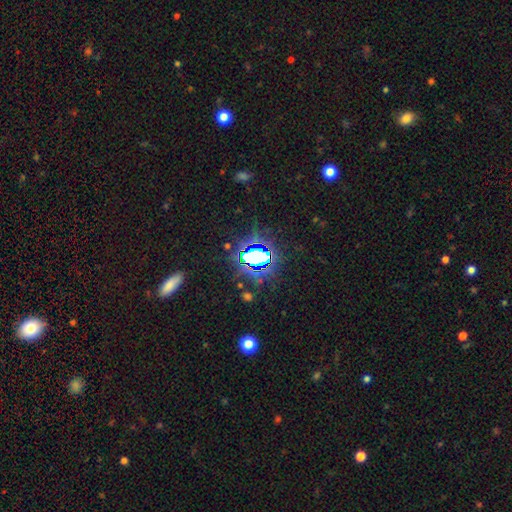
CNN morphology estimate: Smooth or featured: star or artifact — 72% (smooth — 17%)